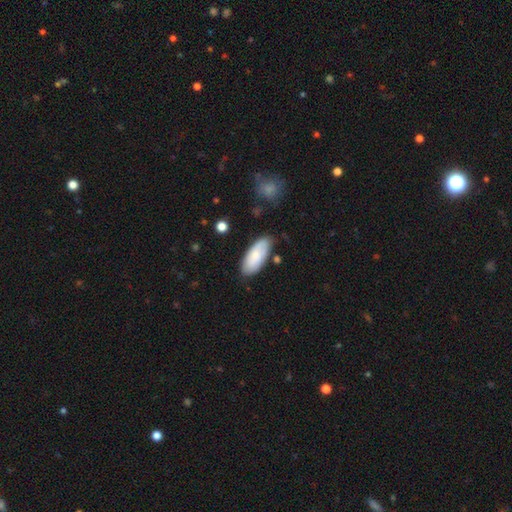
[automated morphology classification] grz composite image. It shows a smooth galaxy with no disk features (71%) that is in between round and cigar-shaped (87%). Merging: none (76%).